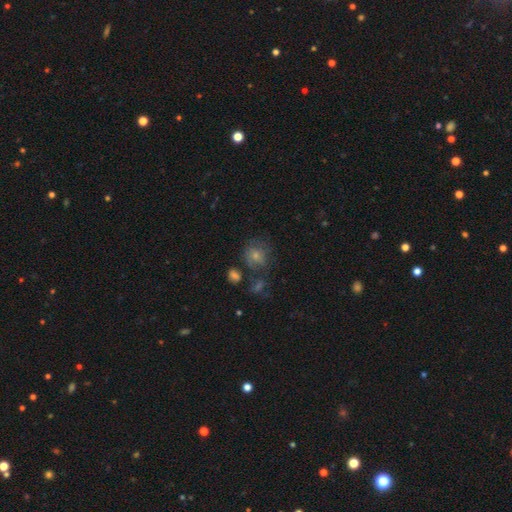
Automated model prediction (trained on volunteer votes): smooth 46%, featured or disk 30%, star or artifact 25%. Down the decision tree: merging — none (63%).